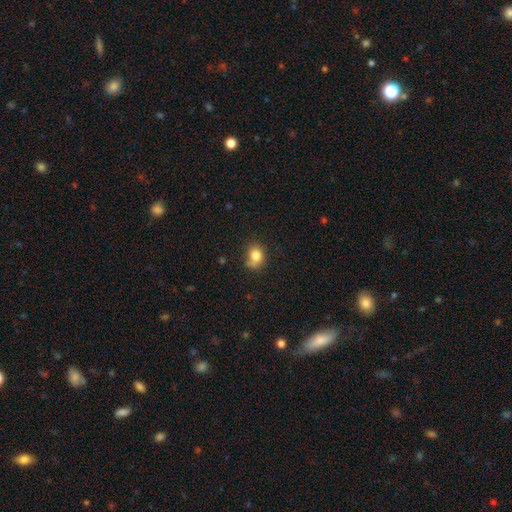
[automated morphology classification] Smooth or featured? Predicted: smooth (p=0.80). How rounded? Predicted: round (p=0.61). Merging? Predicted: none (p=0.55).